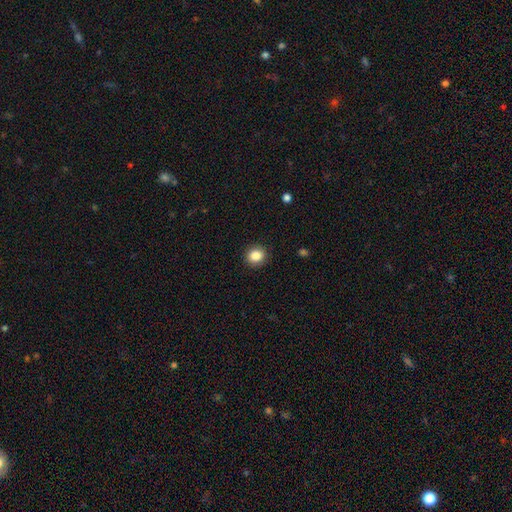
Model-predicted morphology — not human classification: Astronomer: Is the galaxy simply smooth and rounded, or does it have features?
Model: smooth — 86%.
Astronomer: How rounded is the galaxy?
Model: round — 83%.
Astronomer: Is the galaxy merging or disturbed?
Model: none — 91%.